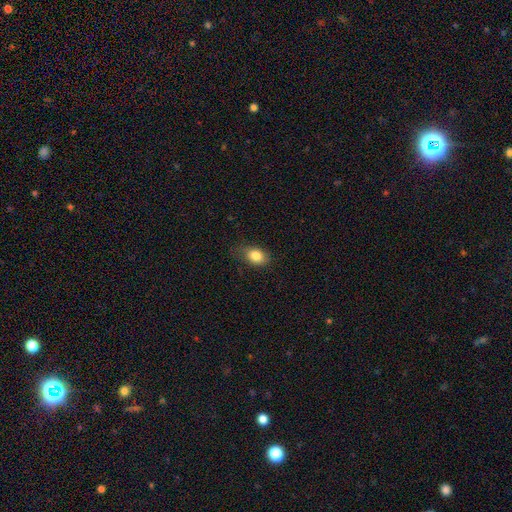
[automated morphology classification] Smooth or featured? Predicted: smooth (p=0.83). How rounded? Predicted: in between (p=0.76). Merging? Predicted: none (p=0.70).